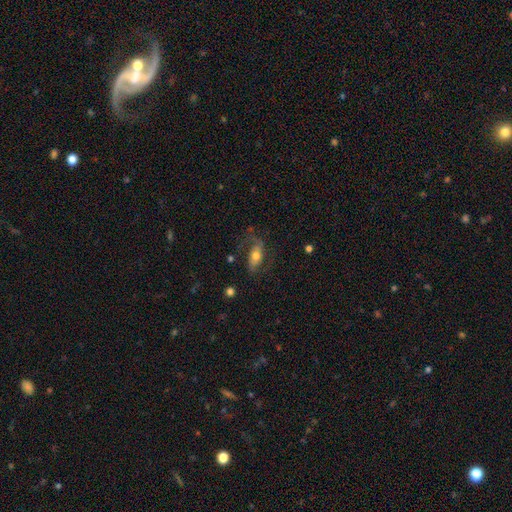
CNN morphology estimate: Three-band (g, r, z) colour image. It shows a featured or disk galaxy (64%) with no bar (48%), 2 (86%) loose (53%) spiral arms (87%) and a moderate central bulge (65%). Merging: none (61%).